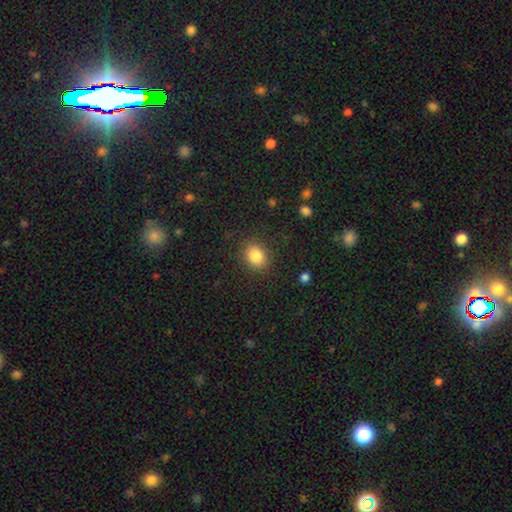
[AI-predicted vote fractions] Morphology: type=smooth (85%); roundness=round (51%); merging=none (86%).